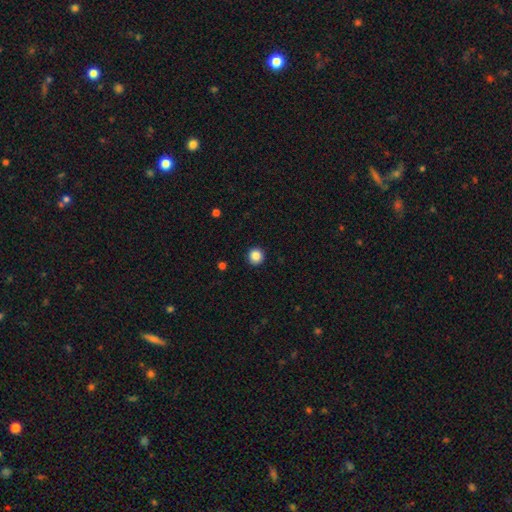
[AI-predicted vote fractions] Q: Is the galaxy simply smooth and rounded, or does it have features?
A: smooth — 87%.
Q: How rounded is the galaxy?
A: round — 94%.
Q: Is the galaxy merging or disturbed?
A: none — 92%.